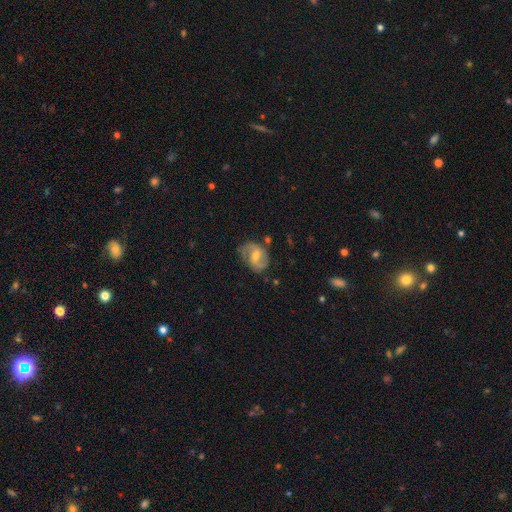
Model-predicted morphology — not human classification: type=featured or disk (68%); edge-on=no (97%); bar=weak (52%); spiral arms=yes (85%); winding=medium (49%); arm count=2 (81%); bulge=moderate (63%); merging=none (65%).